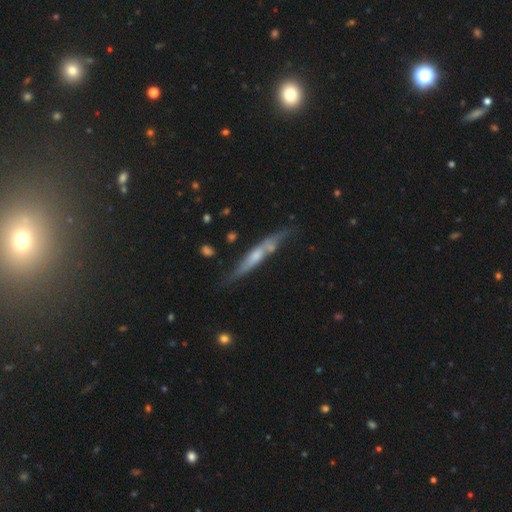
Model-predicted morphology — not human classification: The model was most divided on "smooth or featured": featured or disk: 57%, smooth: 37%, star or artifact: 6%. More confident: edge-on disk — yes (84%); merging — none (64%).